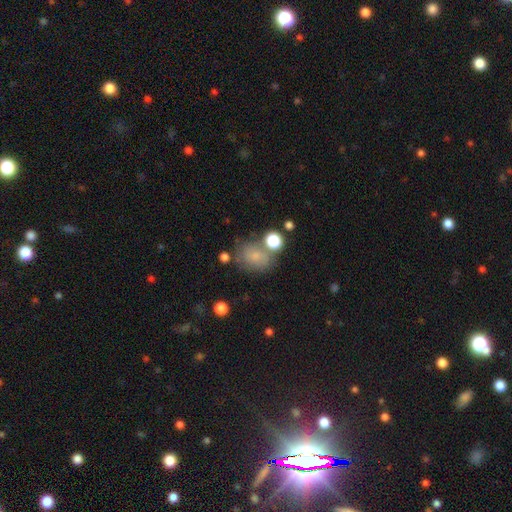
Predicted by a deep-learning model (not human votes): Morphology: type=smooth (73%); roundness=round (50%); merging=none (58%).